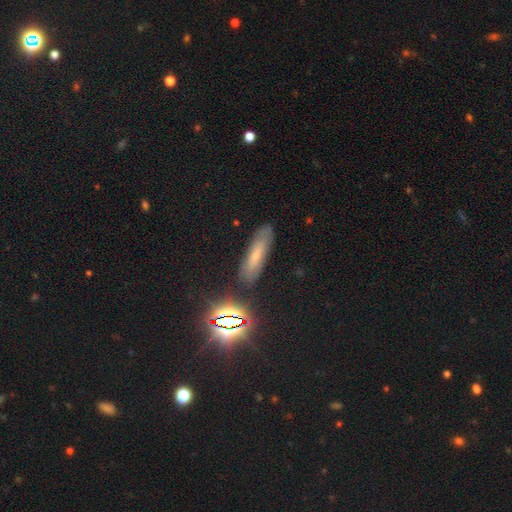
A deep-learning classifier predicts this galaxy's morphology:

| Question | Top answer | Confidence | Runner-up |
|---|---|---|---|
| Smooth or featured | smooth | 56% | star or artifact (22%) |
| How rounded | cigar-shaped | 70% | in between (27%) |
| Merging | none | 81% | minor disturbance (12%) |